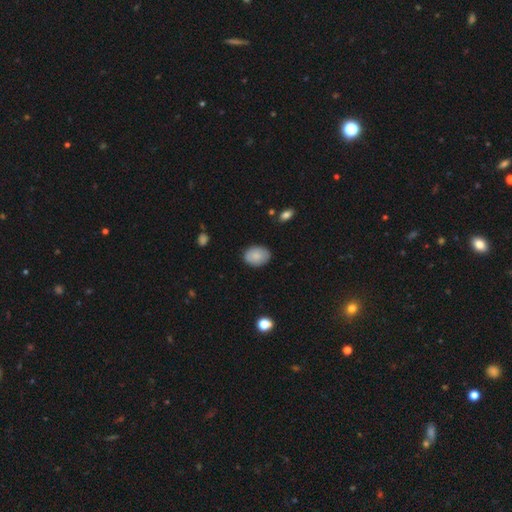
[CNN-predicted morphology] Smooth or featured?
  - smooth: 84% *
  - featured or disk: 8%
  - star or artifact: 7%
How rounded?
  - in between: 71% *
  - round: 28%
  - cigar-shaped: 1%
Merging?
  - none: 84% *
  - minor disturbance: 13%
  - major disturbance: 3%
  - merger: 1%